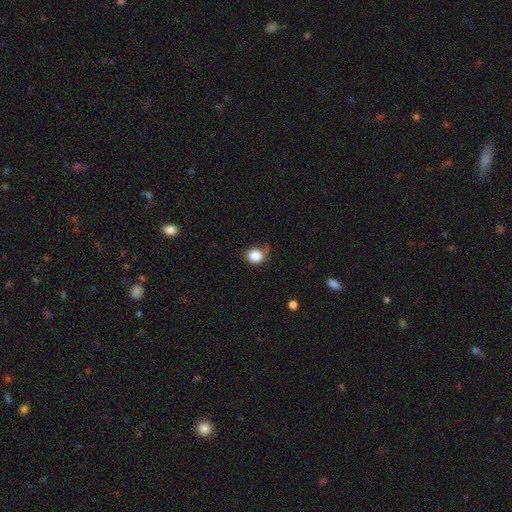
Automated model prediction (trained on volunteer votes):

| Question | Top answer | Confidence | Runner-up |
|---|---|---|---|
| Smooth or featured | smooth | 86% | star or artifact (9%) |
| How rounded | round | 74% | in between (25%) |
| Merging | none | 55% | minor disturbance (32%) |